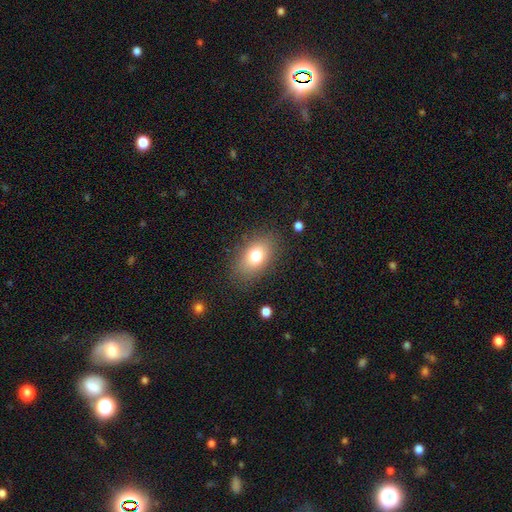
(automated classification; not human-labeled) Morphology: type=smooth (75%); roundness=in between (84%); merging=none (84%).